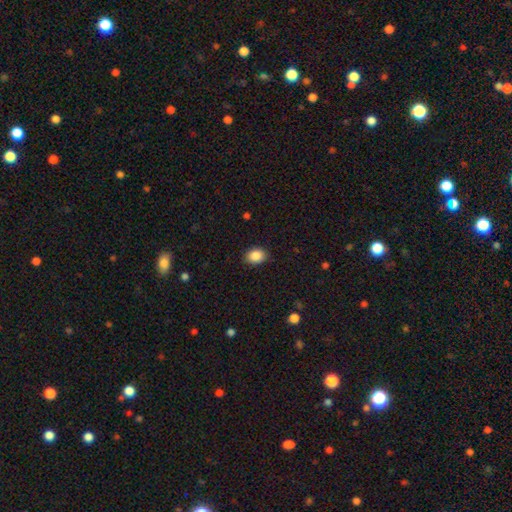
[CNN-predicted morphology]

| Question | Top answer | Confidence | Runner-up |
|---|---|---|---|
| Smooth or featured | smooth | 88% | star or artifact (8%) |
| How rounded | in between | 60% | round (39%) |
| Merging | none | 88% | minor disturbance (9%) |